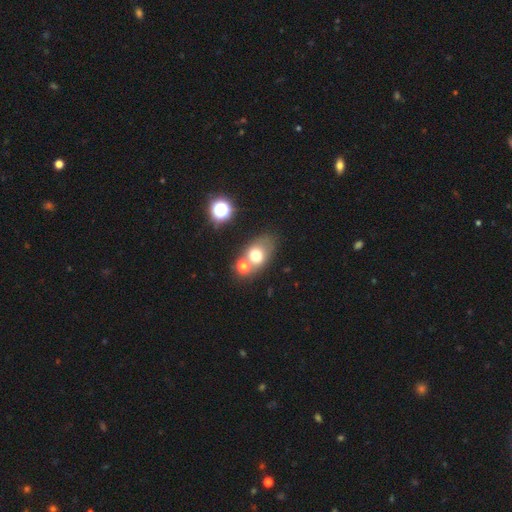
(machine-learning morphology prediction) Smooth or featured?
  - smooth: 68% *
  - featured or disk: 18%
  - star or artifact: 14%
How rounded?
  - in between: 66% *
  - round: 33%
  - cigar-shaped: 2%
Merging?
  - none: 45% *
  - merger: 37%
  - minor disturbance: 12%
  - major disturbance: 6%